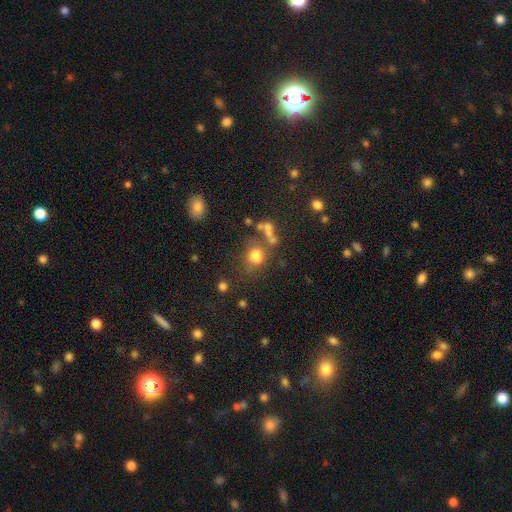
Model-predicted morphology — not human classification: Smooth or featured?
  - smooth: 72% *
  - star or artifact: 17%
  - featured or disk: 11%
How rounded?
  - round: 68% *
  - in between: 31%
  - cigar-shaped: 1%
Merging?
  - none: 55% *
  - merger: 18%
  - minor disturbance: 16%
  - major disturbance: 11%